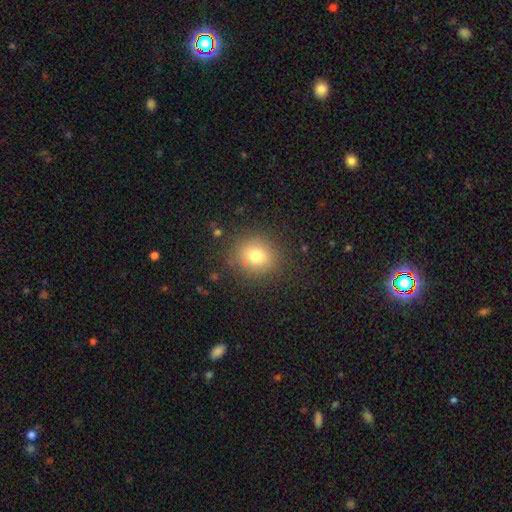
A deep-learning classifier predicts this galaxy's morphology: Smooth or featured? smooth (77%)
How rounded? round (71%)
Merging? none (84%)